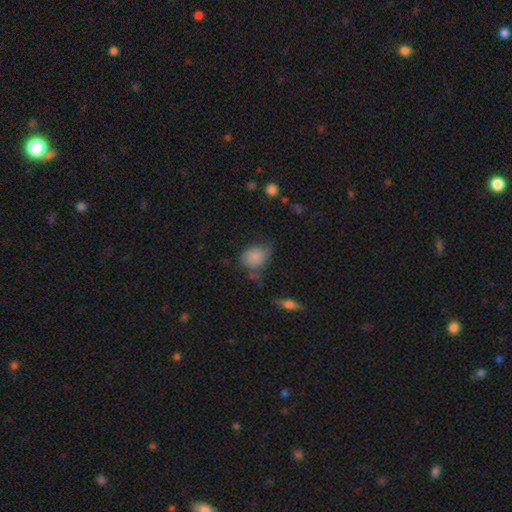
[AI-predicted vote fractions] This is likely a smooth galaxy (76%). How rounded: possibly in between (54%). Merging: marginally none (43%).